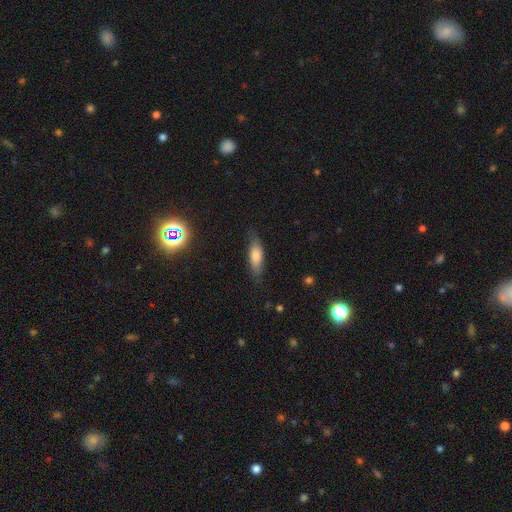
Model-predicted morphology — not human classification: Overall: smooth (72%). How rounded: in between (62%; cigar-shaped 36%). Merging: none (75%).